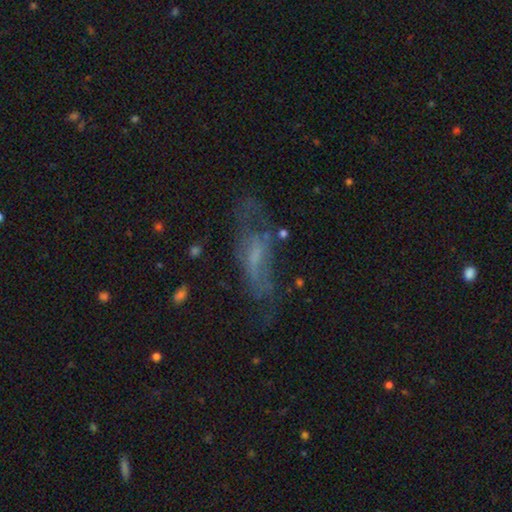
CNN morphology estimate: type=featured or disk (53%); edge-on=no (82%); merging=none (46%).